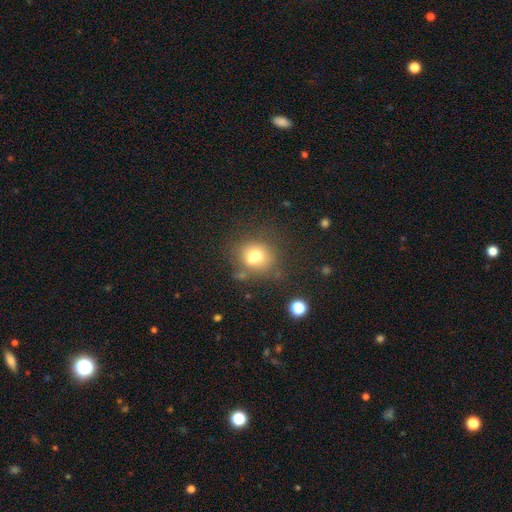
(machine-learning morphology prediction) Q: Smooth or featured?
A: smooth (69%); runner-up: featured or disk (18%)
Q: How rounded?
A: round (68%); runner-up: in between (31%)
Q: Merging?
A: none (53%); runner-up: merger (24%)